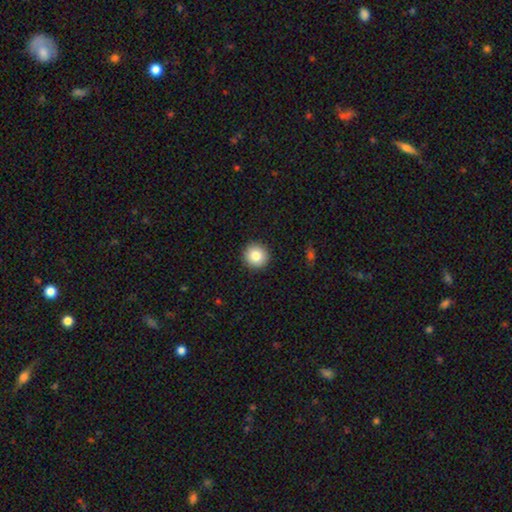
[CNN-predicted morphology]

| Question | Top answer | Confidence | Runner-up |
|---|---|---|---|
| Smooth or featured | smooth | 84% | star or artifact (9%) |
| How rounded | round | 94% | in between (5%) |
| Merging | none | 93% | minor disturbance (5%) |